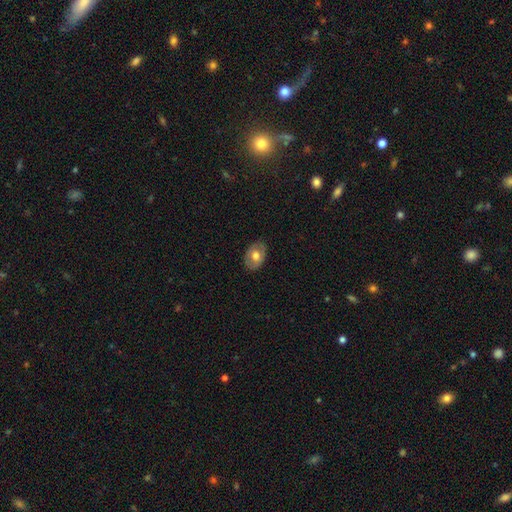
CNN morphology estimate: smooth_or_featured: smooth (p=0.60) [alt: featured or disk p=0.33]
how_rounded: in between (p=0.78) [alt: round p=0.21]
merging: none (p=0.83) [alt: minor disturbance p=0.13]